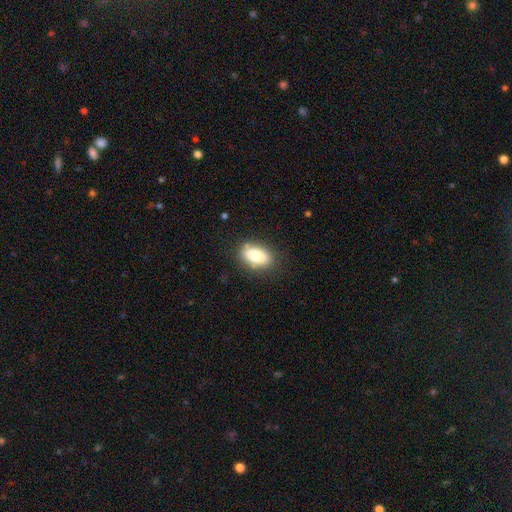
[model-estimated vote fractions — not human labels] smooth 83%, featured or disk 9%, star or artifact 8%. Down the decision tree: how rounded — in between (88%); merging — none (81%).